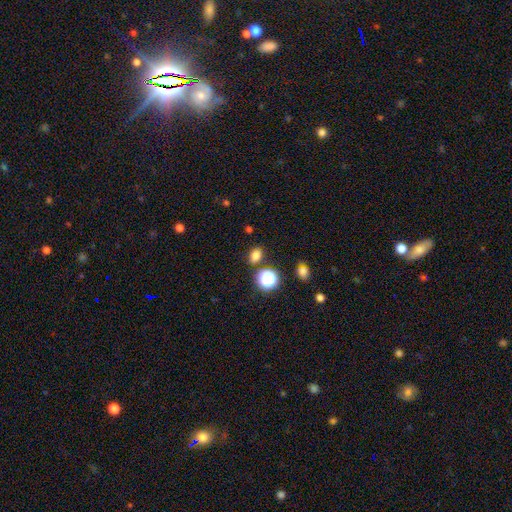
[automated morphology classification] smooth-or-featured: smooth: 75% | star or artifact: 19% | featured or disk: 5%
  how-rounded: in between: 62% | round: 36% | cigar-shaped: 1%
  merging: none: 80% | minor disturbance: 11% | merger: 6% | major disturbance: 3%